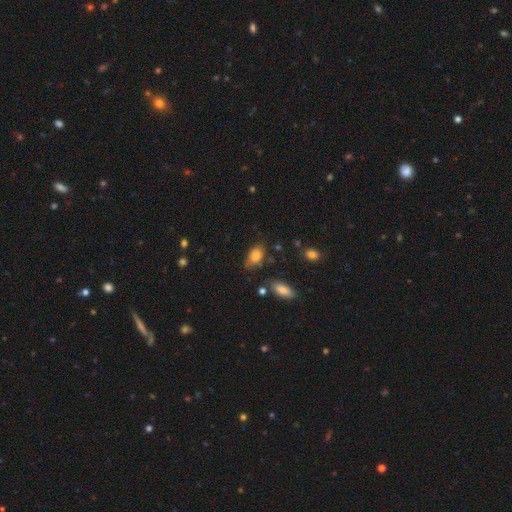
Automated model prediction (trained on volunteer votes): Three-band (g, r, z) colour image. It shows a smooth galaxy with no disk features (80%) that is in between round and cigar-shaped (87%). Merging: none (62%).